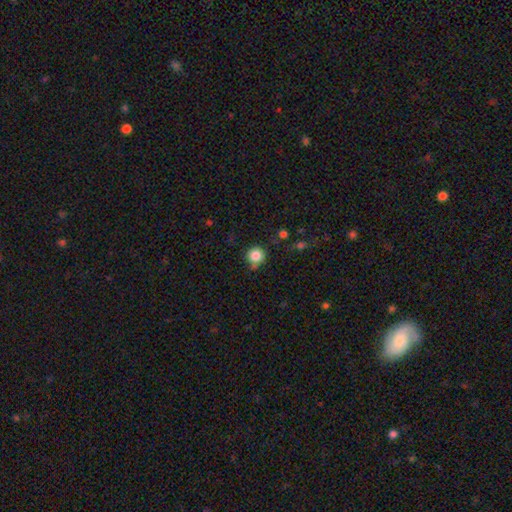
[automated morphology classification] The model was most divided on "merging": none: 69%, minor disturbance: 21%, major disturbance: 5%, merger: 5%. More confident: how rounded — round (91%); smooth or featured — smooth (84%).